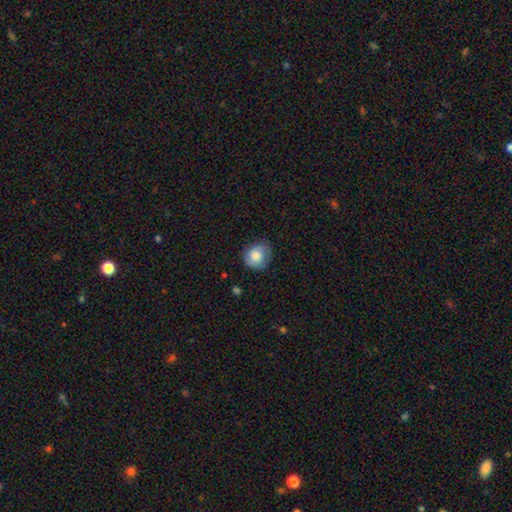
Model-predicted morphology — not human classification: smooth_or_featured: smooth (p=0.67) [alt: featured or disk p=0.25]
how_rounded: round (p=0.79) [alt: in between p=0.21]
merging: none (p=0.72) [alt: minor disturbance p=0.21]